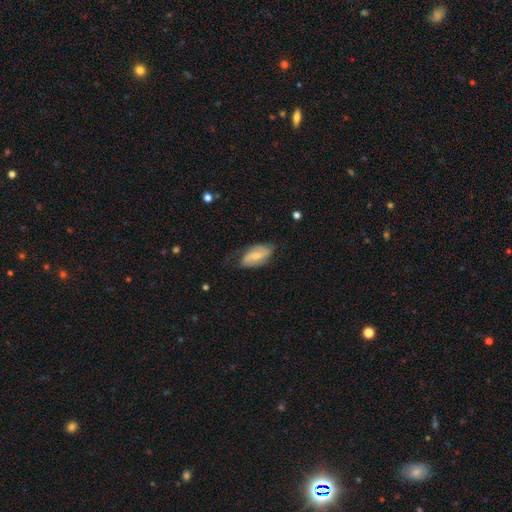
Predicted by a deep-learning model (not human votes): smooth_or_featured: featured or disk (p=0.57) [alt: smooth p=0.37]
disk_edge_on: no (p=0.94) [alt: yes p=0.06]
bar: weak (p=0.48) [alt: no p=0.30]
has_spiral_arms: yes (p=0.87) [alt: no p=0.13]
bulge_size: moderate (p=0.45) [alt: small p=0.44]
merging: none (p=0.68) [alt: minor disturbance p=0.24]